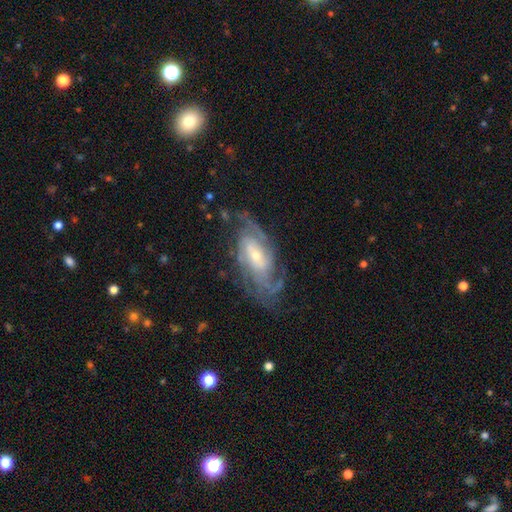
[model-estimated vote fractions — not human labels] Q: Smooth or featured?
A: featured or disk (87%); runner-up: smooth (8%)
Q: Edge-on disk?
A: no (94%); runner-up: yes (6%)
Q: Bar?
A: no (52%); runner-up: weak (35%)
Q: Spiral arms?
A: yes (95%); runner-up: no (5%)
Q: Spiral winding?
A: tight (55%); runner-up: medium (35%)
Q: Spiral arm count?
A: can't tell (29%); runner-up: 2 (23%)
Q: Bulge size?
A: small (58%); runner-up: moderate (37%)
Q: Merging?
A: none (70%); runner-up: minor disturbance (18%)